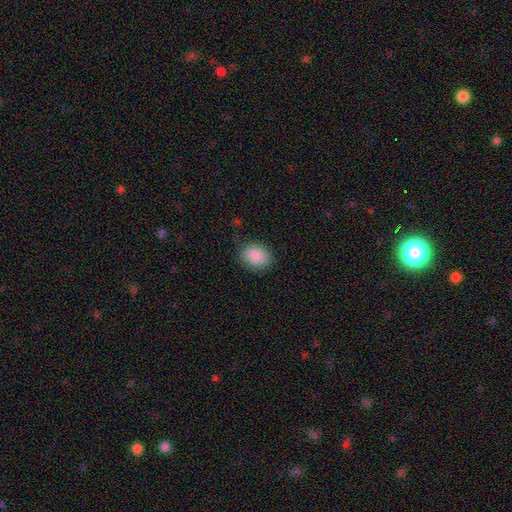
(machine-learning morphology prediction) Smooth or featured? Predicted: smooth (p=0.89). How rounded? Predicted: round (p=0.50). Merging? Predicted: none (p=0.84).